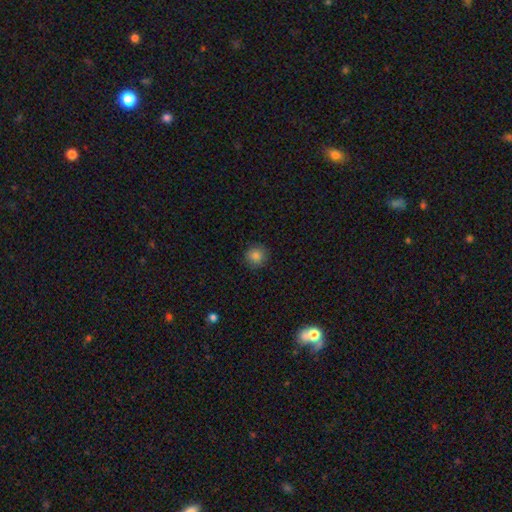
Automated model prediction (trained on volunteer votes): Overall: smooth (85%). How rounded: round (93%). Merging: none (90%).